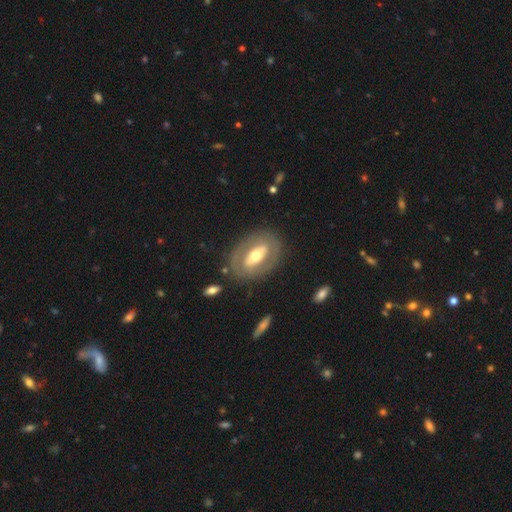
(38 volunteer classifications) featured or disk 53%, smooth 39%, star or artifact 8%. Down the decision tree: edge-on disk — no (85%); bar — no (47%); spiral arms — no (59%); bulge size — moderate (82%); merging — none (71%).